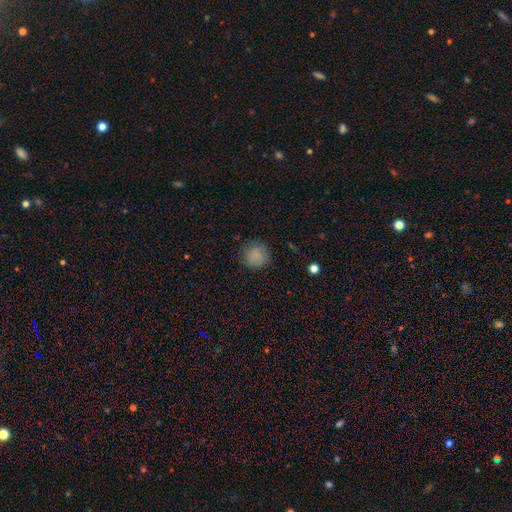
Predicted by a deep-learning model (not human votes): Smooth or featured?
  - smooth: 82% *
  - star or artifact: 10%
  - featured or disk: 8%
How rounded?
  - round: 90% *
  - in between: 9%
  - cigar-shaped: 1%
Merging?
  - none: 78% *
  - minor disturbance: 16%
  - major disturbance: 5%
  - merger: 1%